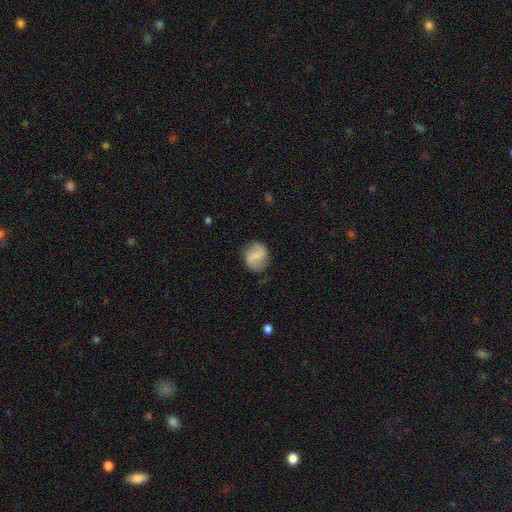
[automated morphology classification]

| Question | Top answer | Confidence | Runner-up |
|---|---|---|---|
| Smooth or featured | featured or disk | 53% | smooth (40%) |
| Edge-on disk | no | 98% | yes (2%) |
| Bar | weak | 48% | no (30%) |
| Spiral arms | yes | 88% | no (12%) |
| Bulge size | small | 46% | none (30%) |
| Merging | none | 77% | minor disturbance (16%) |